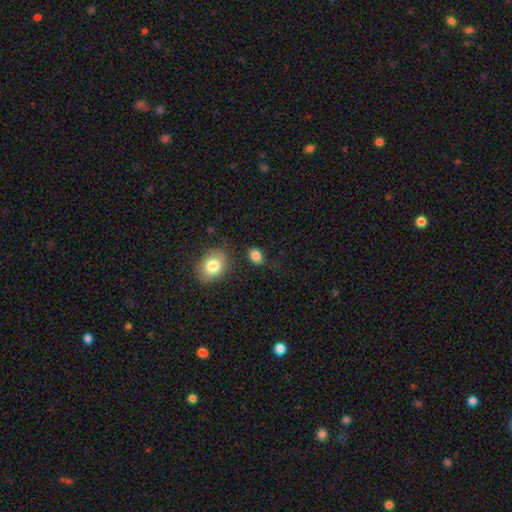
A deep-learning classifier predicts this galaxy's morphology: smooth 85%, star or artifact 10%, featured or disk 5%. Down the decision tree: how rounded — in between (67%); merging — none (76%).